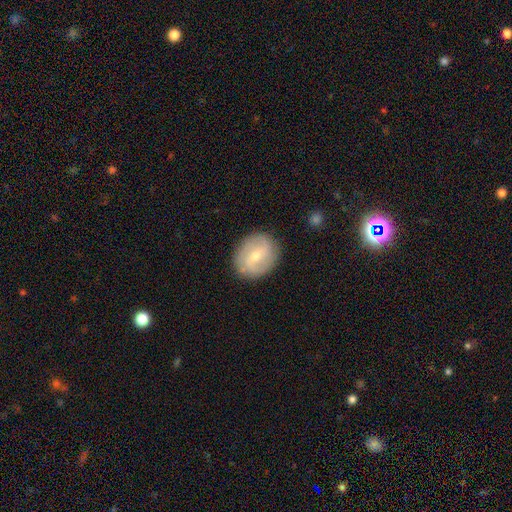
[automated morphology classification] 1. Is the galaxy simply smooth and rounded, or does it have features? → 62% featured or disk, 32% smooth, 6% star or artifact.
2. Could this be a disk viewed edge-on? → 96% no, 4% yes.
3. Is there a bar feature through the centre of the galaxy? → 52% weak, 26% no, 21% strong.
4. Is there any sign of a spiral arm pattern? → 75% yes, 25% no.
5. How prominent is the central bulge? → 48% small (tied), 48% moderate (tied), 2% large, 1% none, 1% dominant.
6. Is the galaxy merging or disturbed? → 84% none, 11% minor disturbance, 3% major disturbance, 1% merger.